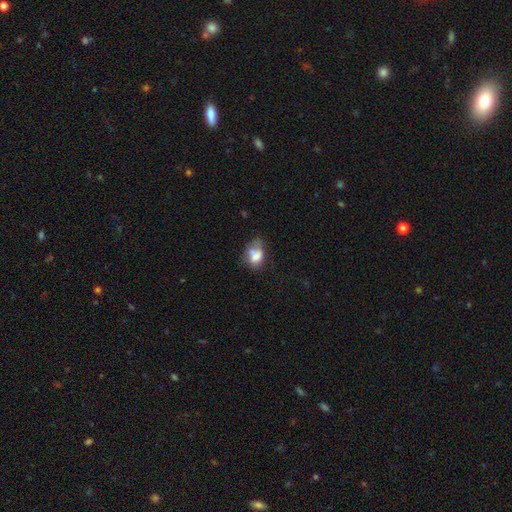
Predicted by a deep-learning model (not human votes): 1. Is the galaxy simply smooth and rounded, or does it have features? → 66% smooth, 23% featured or disk, 11% star or artifact.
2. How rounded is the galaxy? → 68% in between, 31% round, 1% cigar-shaped.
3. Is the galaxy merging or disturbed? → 28% merger (tied), 28% none (tied), 27% minor disturbance, 17% major disturbance.